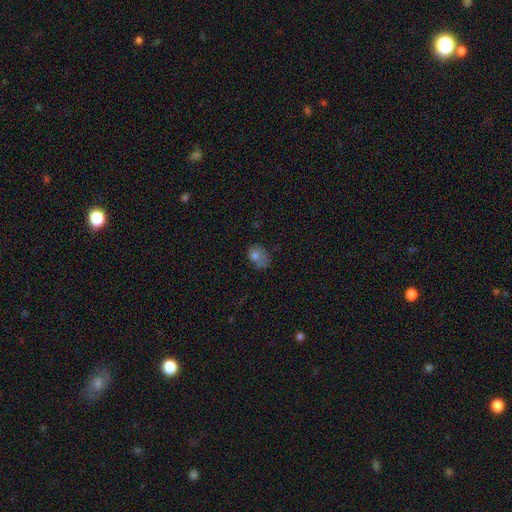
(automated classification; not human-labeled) A smooth galaxy with no disk features (68%) that is in between round and cigar-shaped (63%).

Vote fractions:
- Smooth or featured? smooth: 68% / featured or disk: 19% / star or artifact: 13%
- How rounded? in between: 63% / round: 36% / cigar-shaped: 1%
- Merging? none: 39% / minor disturbance: 30% / major disturbance: 22% / merger: 9%